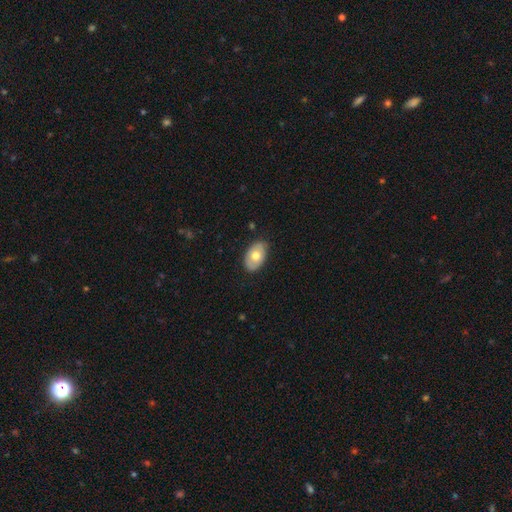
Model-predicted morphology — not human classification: A smooth galaxy with no disk features (64%) that is in between round and cigar-shaped (89%).

Vote fractions:
- Smooth or featured? smooth: 64% / featured or disk: 30% / star or artifact: 6%
- How rounded? in between: 89% / round: 10% / cigar-shaped: 1%
- Merging? none: 83% / minor disturbance: 13% / major disturbance: 3% / merger: 1%